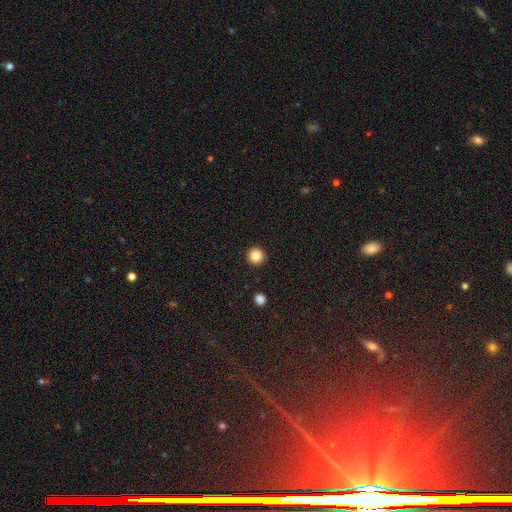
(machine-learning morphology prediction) A smooth galaxy with no disk features (84%) that is round (95%). Merging: none (93%).